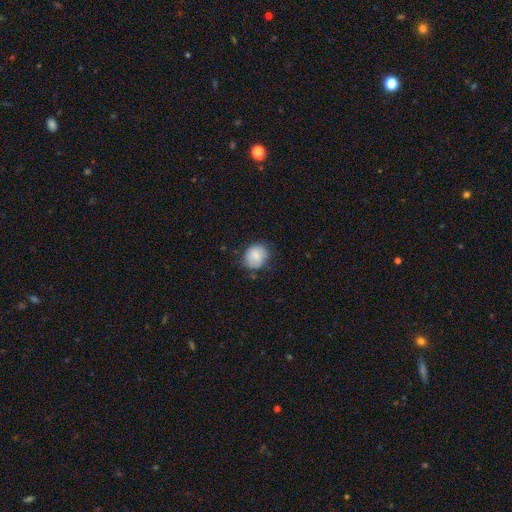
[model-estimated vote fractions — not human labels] A smooth galaxy with no disk features (84%) that is round (65%). Merging: none (70%).